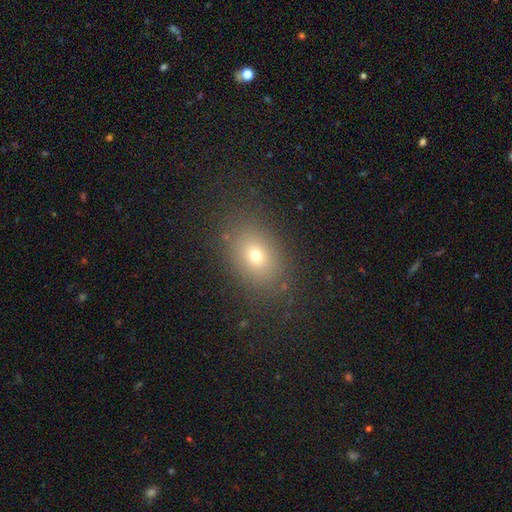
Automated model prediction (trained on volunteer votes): A smooth galaxy with no disk features (69%) that is in between round and cigar-shaped (70%). Merging: none (83%).